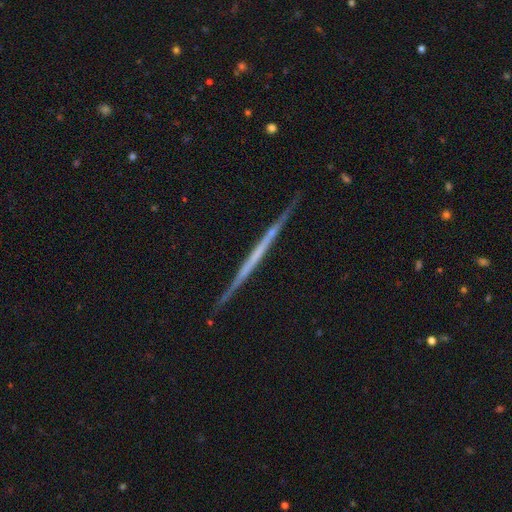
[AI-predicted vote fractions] Smooth or featured? Predicted: featured or disk (p=0.70). Edge-on disk? Predicted: yes (p=0.98). Edge-on bulge? Predicted: none (p=0.91). Merging? Predicted: none (p=0.89).